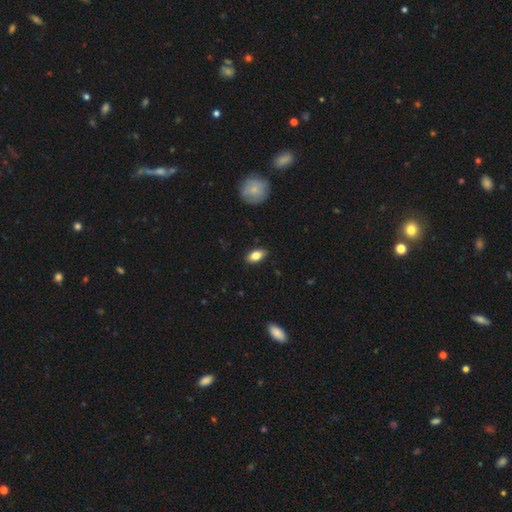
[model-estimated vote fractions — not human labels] Smooth or featured?
  - smooth: 79% *
  - featured or disk: 13%
  - star or artifact: 7%
How rounded?
  - in between: 88% *
  - round: 6%
  - cigar-shaped: 6%
Merging?
  - none: 88% *
  - minor disturbance: 9%
  - major disturbance: 2%
  - merger: 1%